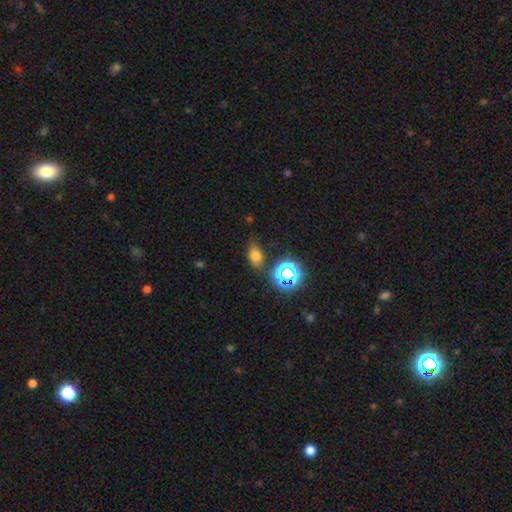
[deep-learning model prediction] A smooth galaxy with no disk features (68%) that is in between round and cigar-shaped (74%).

Vote fractions:
- Smooth or featured? smooth: 68% / star or artifact: 22% / featured or disk: 10%
- How rounded? in between: 74% / round: 24% / cigar-shaped: 2%
- Merging? none: 71% / minor disturbance: 20% / major disturbance: 5% / merger: 4%